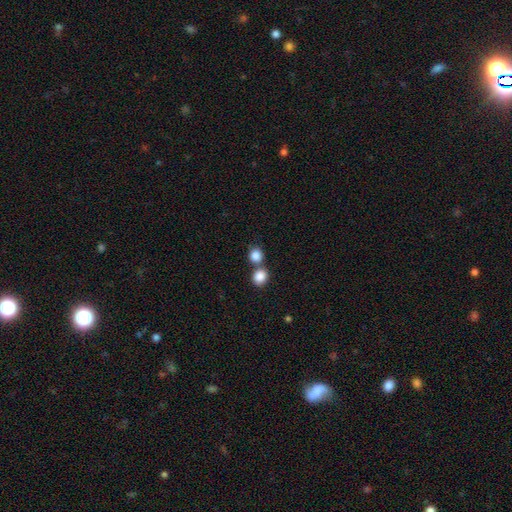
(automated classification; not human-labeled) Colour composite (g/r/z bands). It shows a smooth galaxy with no disk features (85%) that is round (82%). Merging: none (49%).